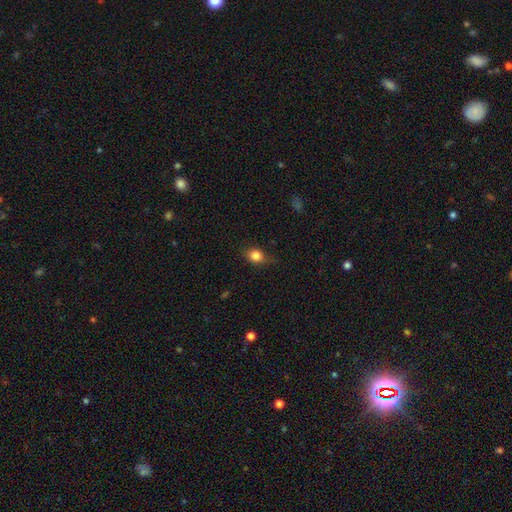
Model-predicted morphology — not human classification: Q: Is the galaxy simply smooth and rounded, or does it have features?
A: smooth — 82%.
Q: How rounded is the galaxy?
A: round — 57%.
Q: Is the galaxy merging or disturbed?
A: none — 66%.